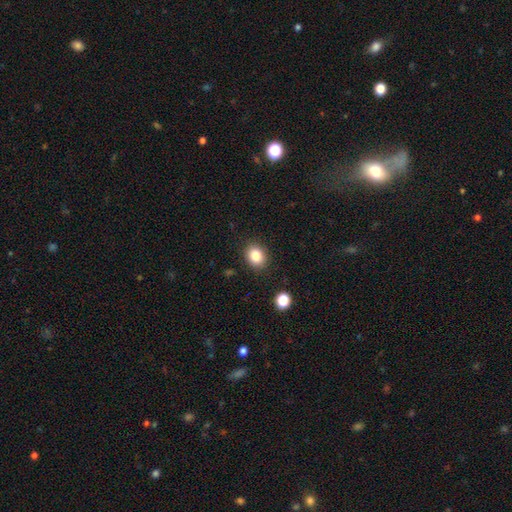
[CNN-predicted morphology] This is clearly a smooth galaxy (84%). How rounded: possibly round (55%). Merging: clearly none (88%).